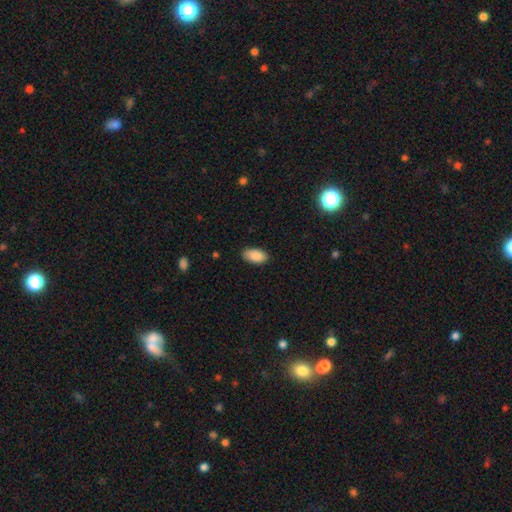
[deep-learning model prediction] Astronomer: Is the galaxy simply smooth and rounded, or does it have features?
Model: smooth — 88%.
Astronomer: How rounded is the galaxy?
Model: in between — 95%.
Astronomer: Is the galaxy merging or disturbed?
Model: none — 86%.